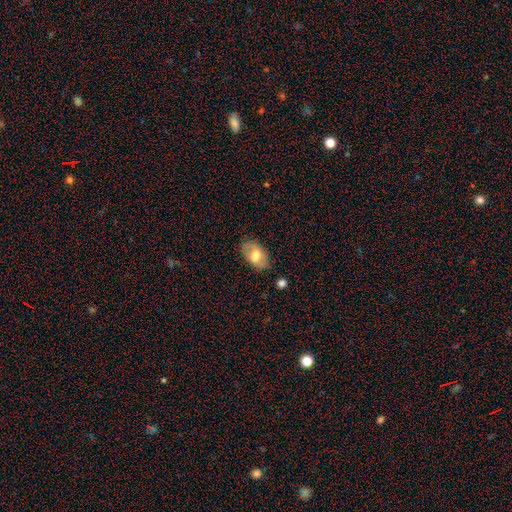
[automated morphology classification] This is likely a smooth galaxy (61%). How rounded: clearly in between (91%). Merging: likely none (79%).